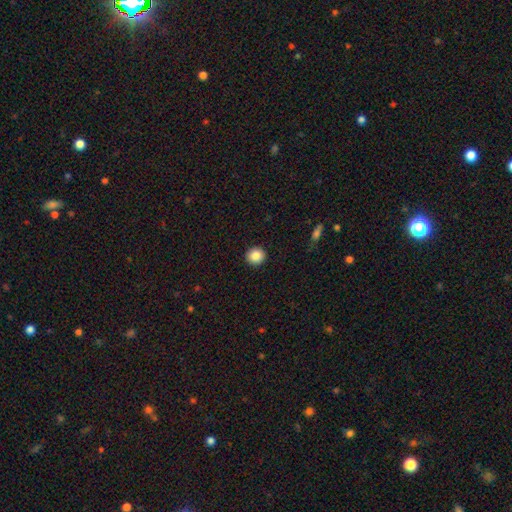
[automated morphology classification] Overall: smooth (87%). How rounded: round (93%). Merging: none (93%).